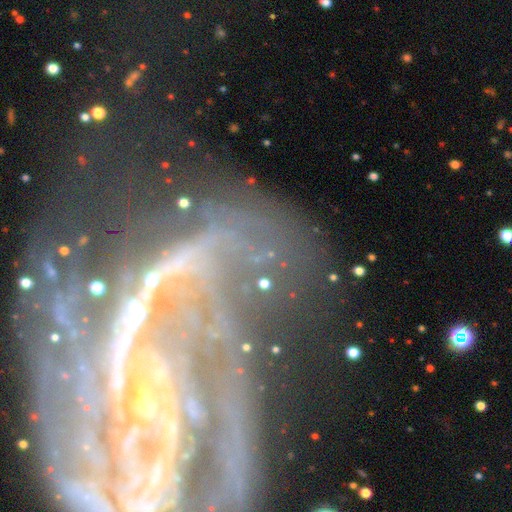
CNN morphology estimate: Smooth or featured? Predicted: featured or disk (p=0.78). Edge-on disk? Predicted: no (p=0.95). Bar? Predicted: no (p=0.41). Spiral arms? Predicted: yes (p=0.92). Spiral winding? Predicted: tight (p=0.48). Spiral arm count? Predicted: 2 (p=0.25). Bulge size? Predicted: small (p=0.65). Merging? Predicted: none (p=0.54).